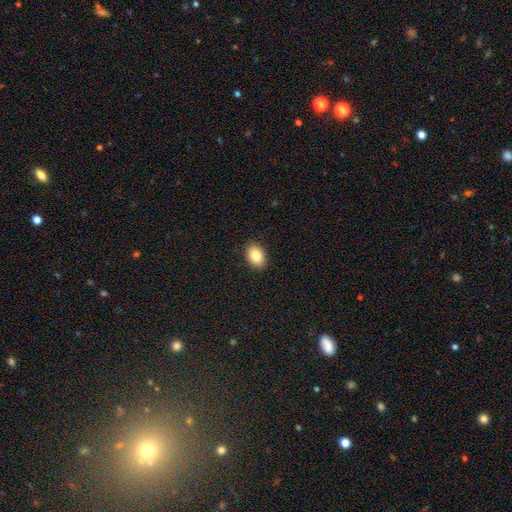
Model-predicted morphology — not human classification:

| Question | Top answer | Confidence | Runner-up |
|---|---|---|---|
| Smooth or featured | smooth | 84% | star or artifact (8%) |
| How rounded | in between | 77% | round (22%) |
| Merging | none | 90% | minor disturbance (7%) |